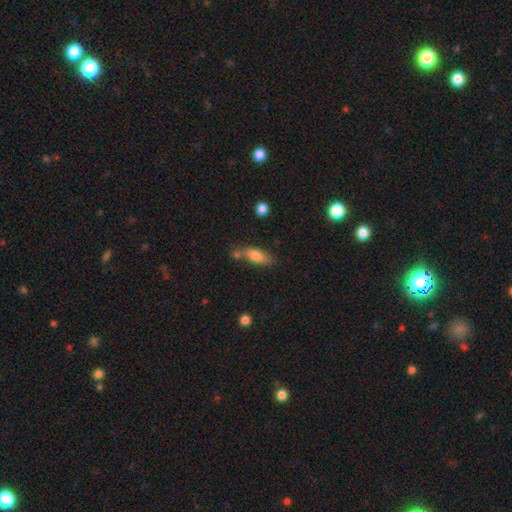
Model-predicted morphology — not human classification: The model was most divided on "merging": none: 55%, merger: 20%, minor disturbance: 19%, major disturbance: 6%. More confident: smooth or featured — smooth (78%); how rounded — in between (76%).